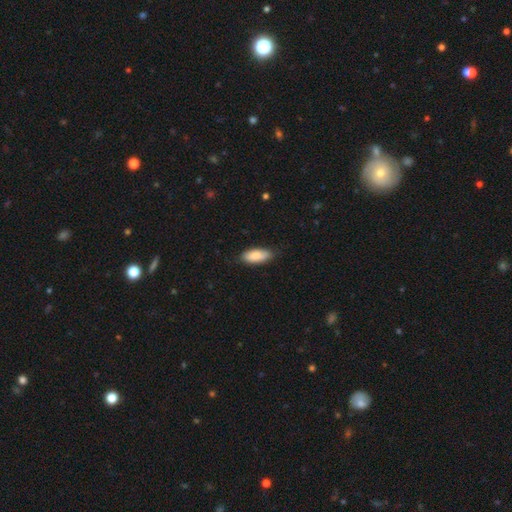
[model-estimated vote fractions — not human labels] This appears to be a smooth galaxy with no disk features (87%) that is in between round and cigar-shaped (84%). Merging: none (81%).